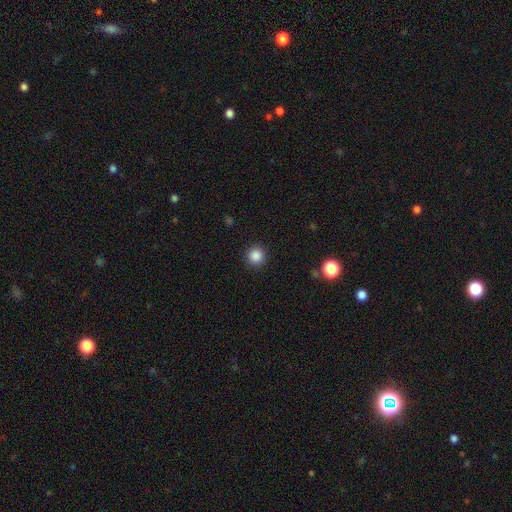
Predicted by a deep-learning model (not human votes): Smooth or featured? Predicted: smooth (p=0.86). How rounded? Predicted: round (p=0.94). Merging? Predicted: none (p=0.91).